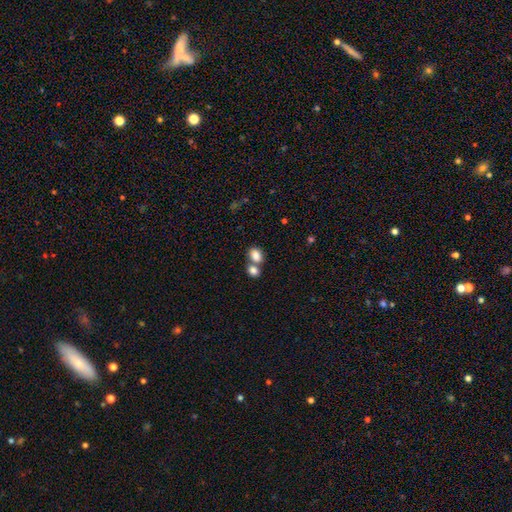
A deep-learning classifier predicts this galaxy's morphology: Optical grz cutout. It shows a smooth galaxy with no disk features (84%) that is in between round and cigar-shaped (70%). Merging: merger (51%).